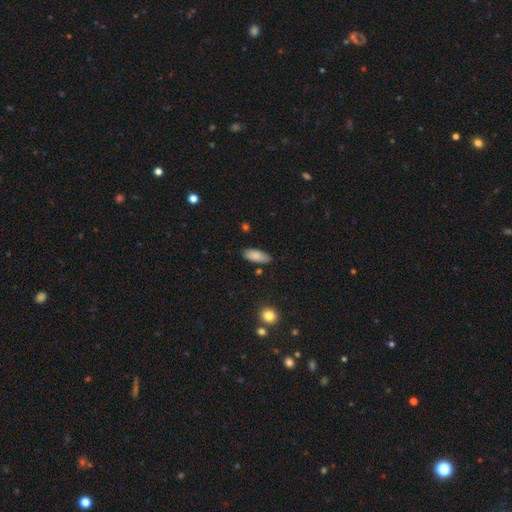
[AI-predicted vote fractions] A smooth galaxy with no disk features (86%) that is in between round and cigar-shaped (80%).

Vote fractions:
- Smooth or featured? smooth: 86% / featured or disk: 8% / star or artifact: 7%
- How rounded? in between: 80% / cigar-shaped: 18% / round: 2%
- Merging? none: 82% / minor disturbance: 14% / major disturbance: 2% / merger: 2%